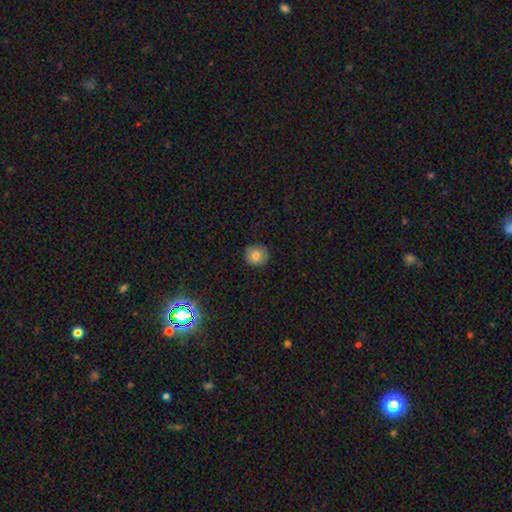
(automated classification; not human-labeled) A smooth galaxy with no disk features (79%) that is round (89%).

Vote fractions:
- Smooth or featured? smooth: 79% / featured or disk: 12% / star or artifact: 10%
- How rounded? round: 89% / in between: 10% / cigar-shaped: 1%
- Merging? none: 87% / minor disturbance: 10% / major disturbance: 2% / merger: 1%